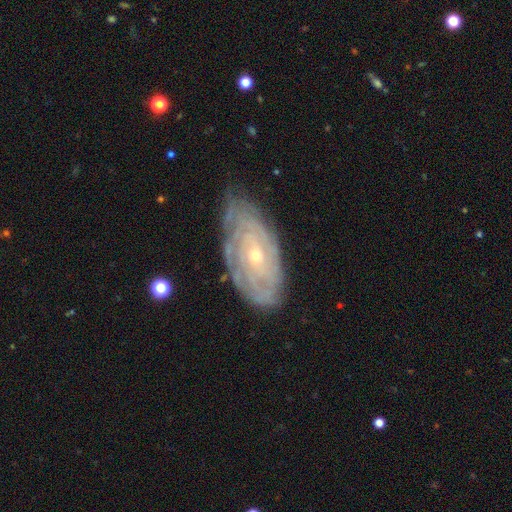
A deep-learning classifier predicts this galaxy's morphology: Smooth or featured? featured or disk (82%)
Edge-on disk? no (93%)
Bar? no (73%)
Spiral arms? yes (91%)
Spiral winding? tight (82%)
Spiral arm count? can't tell (51%)
Bulge size? small (67%)
Merging? none (70%)